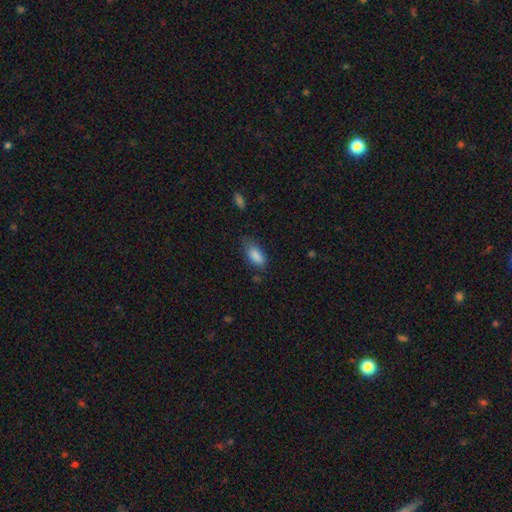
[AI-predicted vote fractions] Morphology: type=smooth (86%); roundness=in between (87%); merging=none (62%).